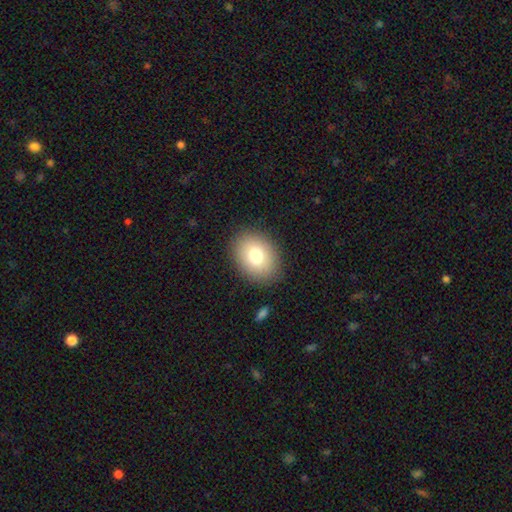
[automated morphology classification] smooth-or-featured: smooth: 78% | featured or disk: 13% | star or artifact: 10%
  how-rounded: in between: 61% | round: 38% | cigar-shaped: 1%
  merging: none: 87% | minor disturbance: 9% | major disturbance: 3% | merger: 1%